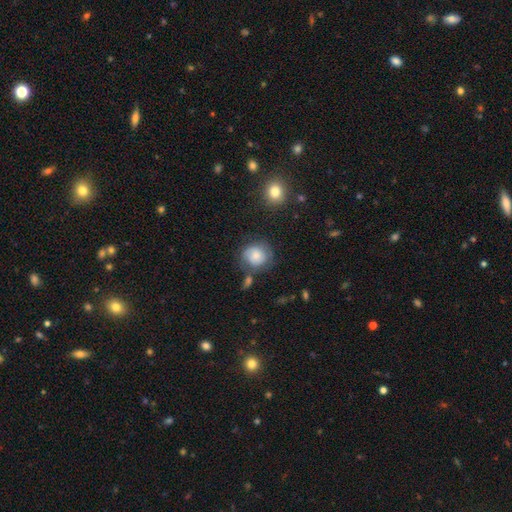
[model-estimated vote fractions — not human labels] The model was most divided on "smooth or featured": smooth: 58%, featured or disk: 33%, star or artifact: 9%. More confident: how rounded — round (83%); merging — none (60%).